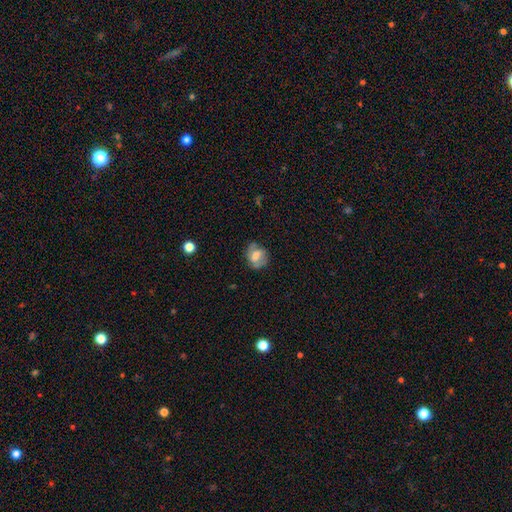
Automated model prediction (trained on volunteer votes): Smooth or featured: smooth — 49% (featured or disk — 42%)
Merging: none — 62% (minor disturbance — 25%)